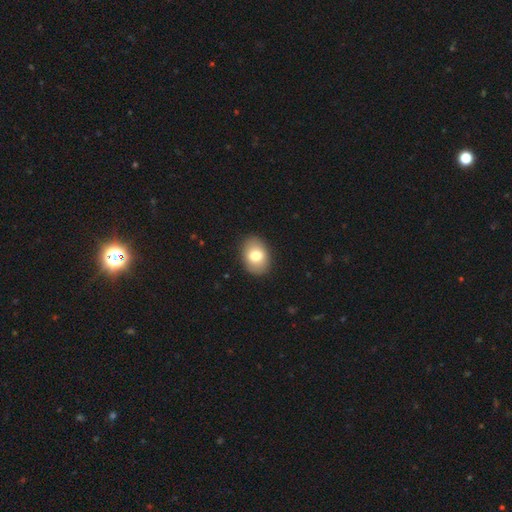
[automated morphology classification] Smooth or featured: smooth — 77% (featured or disk — 16%)
How rounded: in between — 76% (round — 23%)
Merging: none — 88% (minor disturbance — 9%)